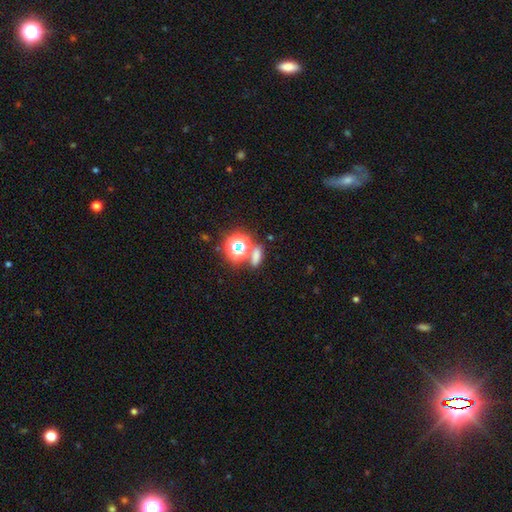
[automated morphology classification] A smooth galaxy with no disk features (65%) that is in between round and cigar-shaped (53%).

Vote fractions:
- Smooth or featured? smooth: 65% / star or artifact: 26% / featured or disk: 9%
- How rounded? in between: 53% / round: 34% / cigar-shaped: 13%
- Merging? none: 65% / merger: 20% / minor disturbance: 10% / major disturbance: 5%